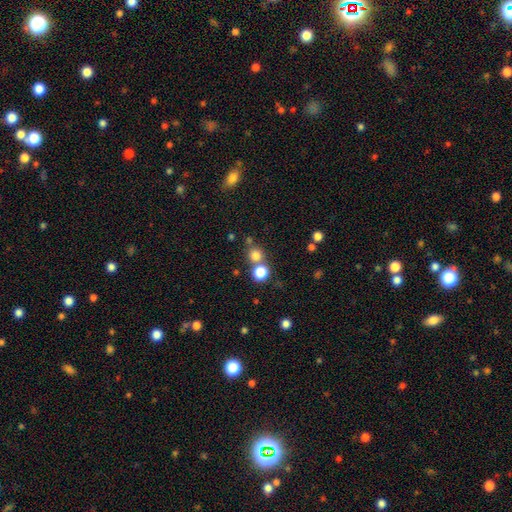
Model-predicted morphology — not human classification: Smooth or featured?
  - smooth: 77% *
  - star or artifact: 16%
  - featured or disk: 7%
How rounded?
  - round: 90% *
  - in between: 9%
  - cigar-shaped: 1%
Merging?
  - none: 64% *
  - merger: 27%
  - minor disturbance: 6%
  - major disturbance: 3%